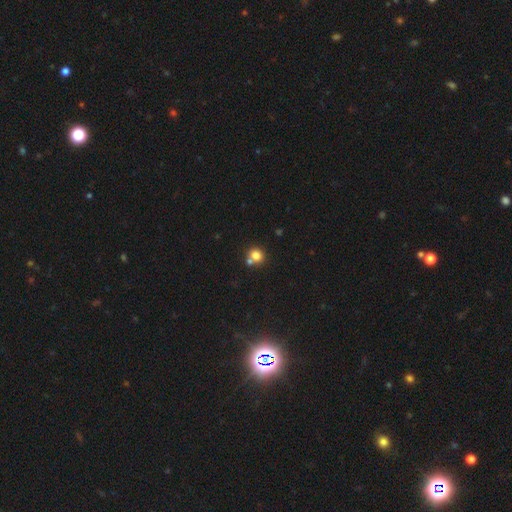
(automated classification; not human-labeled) Smooth or featured?
  - smooth: 80% *
  - star or artifact: 12%
  - featured or disk: 8%
How rounded?
  - round: 85% *
  - in between: 14%
  - cigar-shaped: 1%
Merging?
  - none: 59% *
  - merger: 30%
  - minor disturbance: 8%
  - major disturbance: 3%